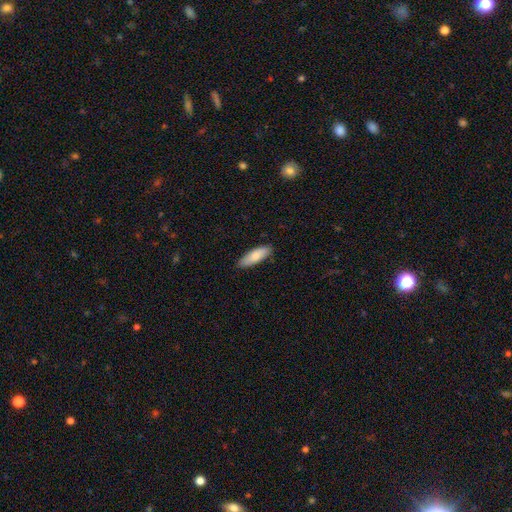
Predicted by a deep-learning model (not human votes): smooth 82%, featured or disk 13%, star or artifact 5%. Down the decision tree: how rounded — in between (59%); merging — none (87%).